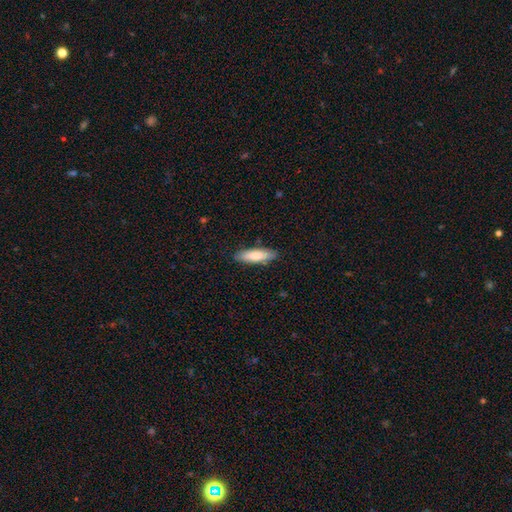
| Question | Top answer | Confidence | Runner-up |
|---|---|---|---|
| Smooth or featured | smooth | 85% | featured or disk (10%) |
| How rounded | cigar-shaped | 67% | in between (33%) |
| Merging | none | 89% | merger (5%) |